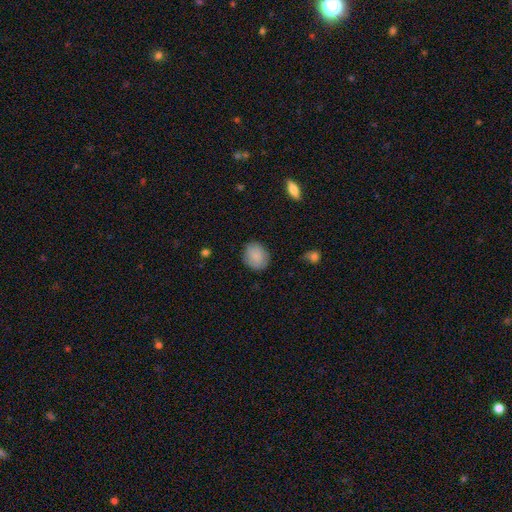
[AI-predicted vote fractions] A smooth galaxy with no disk features (85%) that is round (69%).

Vote fractions:
- Smooth or featured? smooth: 85% / featured or disk: 8% / star or artifact: 7%
- How rounded? round: 69% / in between: 30% / cigar-shaped: 1%
- Merging? none: 83% / minor disturbance: 13% / major disturbance: 3% / merger: 1%